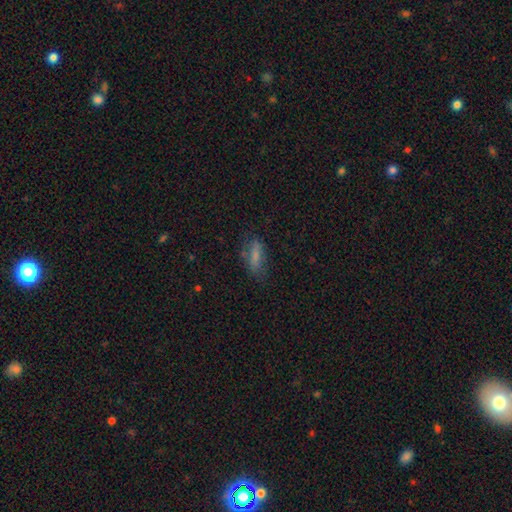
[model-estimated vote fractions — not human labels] Smooth or featured? Predicted: smooth (p=0.67). How rounded? Predicted: in between (p=0.66). Merging? Predicted: none (p=0.60).